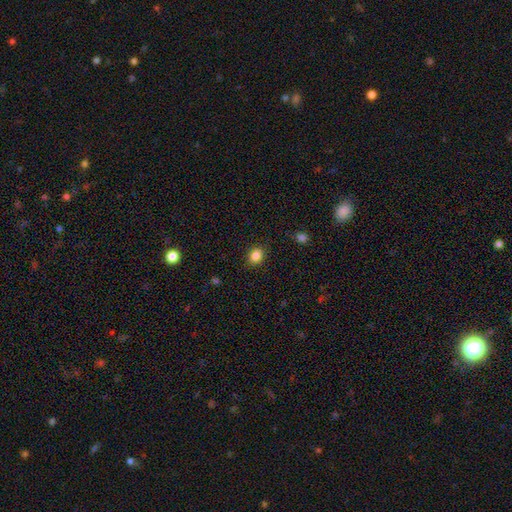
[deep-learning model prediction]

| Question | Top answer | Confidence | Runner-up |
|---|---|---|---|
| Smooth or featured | smooth | 85% | star or artifact (11%) |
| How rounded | round | 62% | in between (37%) |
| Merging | none | 89% | minor disturbance (8%) |